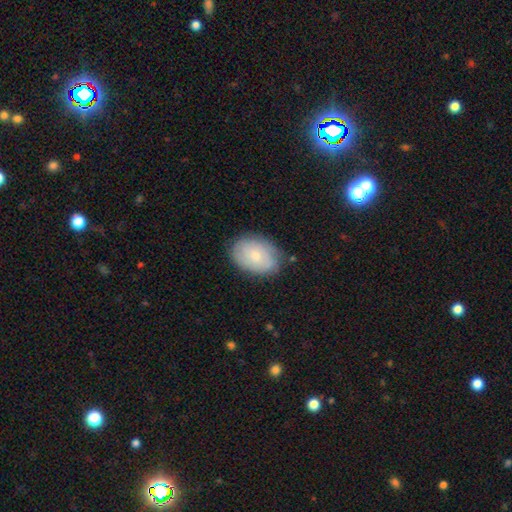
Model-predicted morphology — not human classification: Q: Smooth or featured?
A: smooth (63%); runner-up: featured or disk (30%)
Q: How rounded?
A: in between (77%); runner-up: round (22%)
Q: Merging?
A: none (78%); runner-up: minor disturbance (17%)